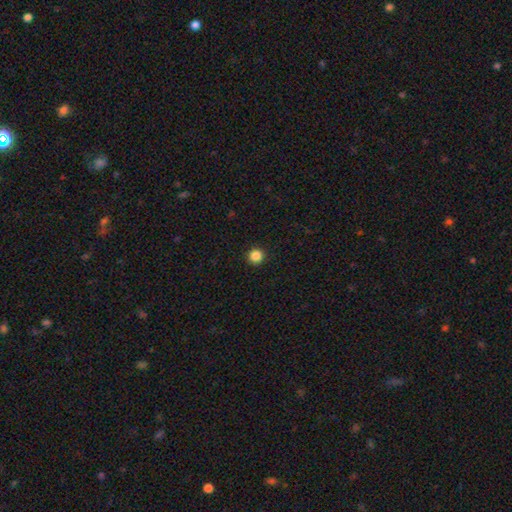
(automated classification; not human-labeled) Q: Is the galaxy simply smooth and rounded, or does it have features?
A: smooth — 86%.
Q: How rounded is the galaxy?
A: round — 96%.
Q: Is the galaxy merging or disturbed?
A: none — 93%.